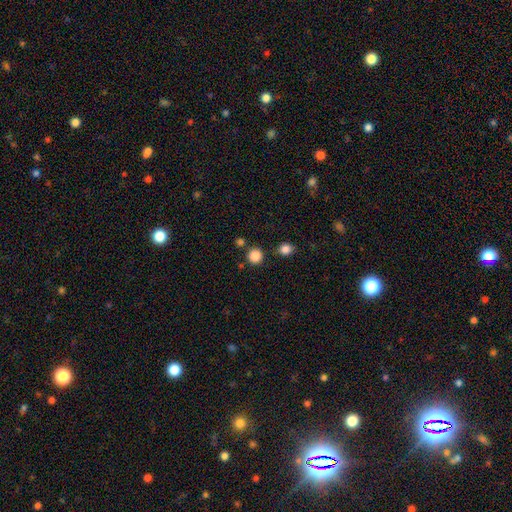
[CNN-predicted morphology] A smooth galaxy with no disk features (86%) that is round (93%). Merging: none (84%).